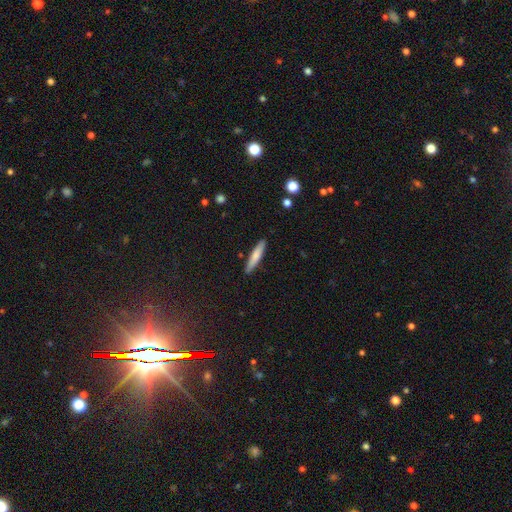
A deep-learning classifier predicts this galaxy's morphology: Smooth or featured: smooth — 71% (featured or disk — 23%)
How rounded: cigar-shaped — 90% (in between — 9%)
Merging: none — 88% (minor disturbance — 9%)